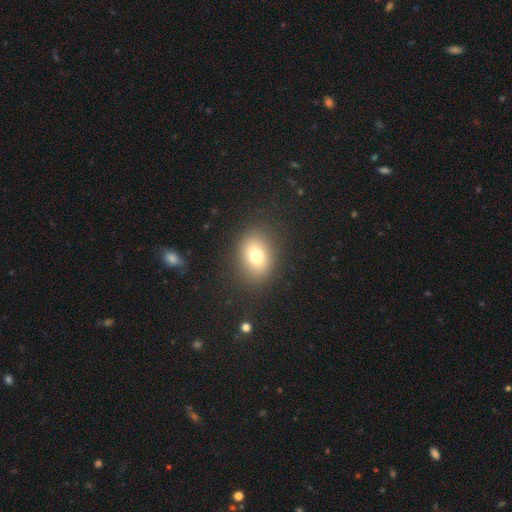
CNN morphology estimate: smooth_or_featured: smooth (p=0.74) [alt: featured or disk p=0.14]
how_rounded: in between (p=0.63) [alt: round p=0.36]
merging: none (p=0.86) [alt: minor disturbance p=0.09]